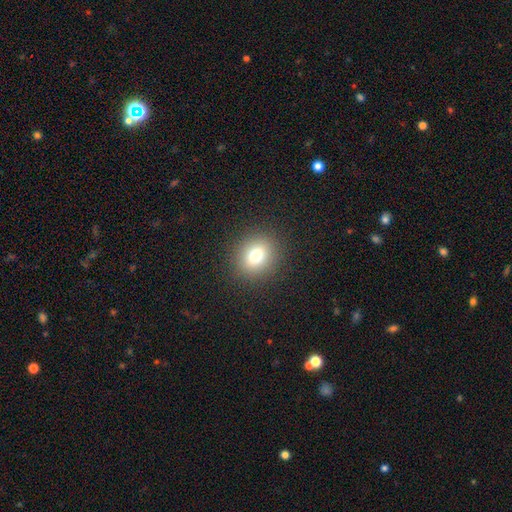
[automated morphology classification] Smooth or featured? smooth (75%)
How rounded? round (72%)
Merging? none (90%)